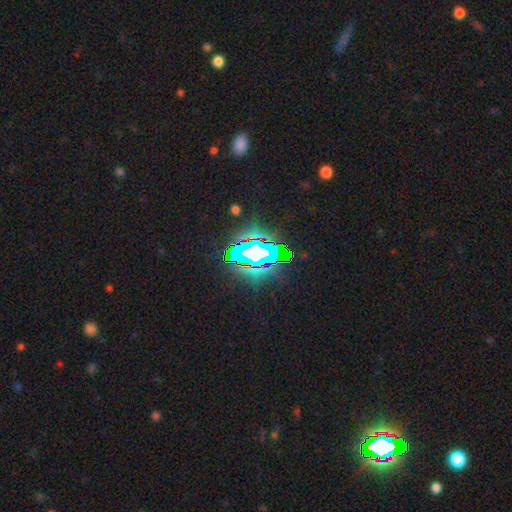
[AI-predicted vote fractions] This appears to be a star or artifact, not a galaxy (67%).